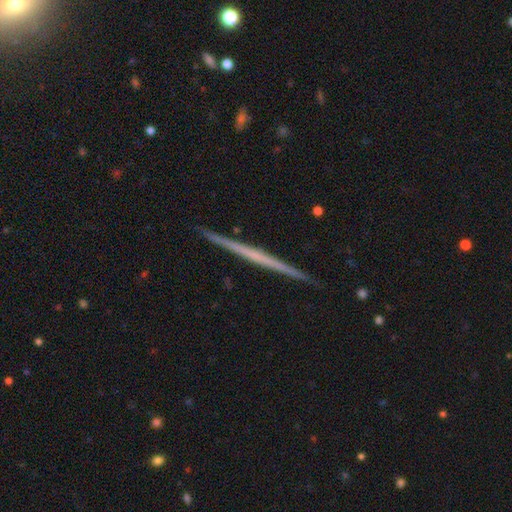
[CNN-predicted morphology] smooth_or_featured: featured or disk (p=0.67) [alt: smooth p=0.28]
disk_edge_on: yes (p=0.98) [alt: no p=0.02]
edge_on_bulge: none (p=0.87) [alt: rounded p=0.08]
merging: none (p=0.93) [alt: minor disturbance p=0.05]